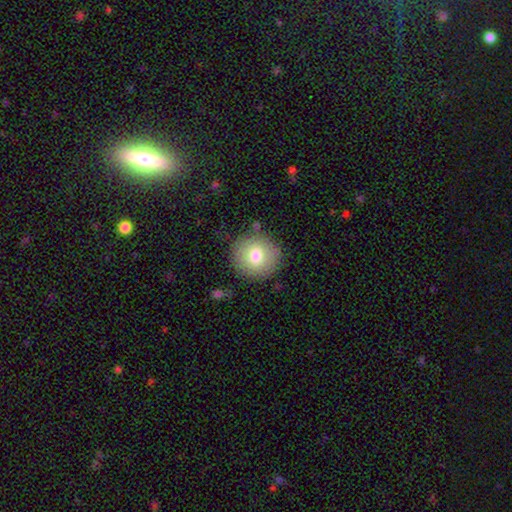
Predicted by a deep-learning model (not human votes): A smooth galaxy with no disk features (76%) that is round (92%).

Vote fractions:
- Smooth or featured? smooth: 76% / featured or disk: 15% / star or artifact: 9%
- How rounded? round: 92% / in between: 7% / cigar-shaped: 1%
- Merging? none: 84% / minor disturbance: 10% / major disturbance: 3% / merger: 2%